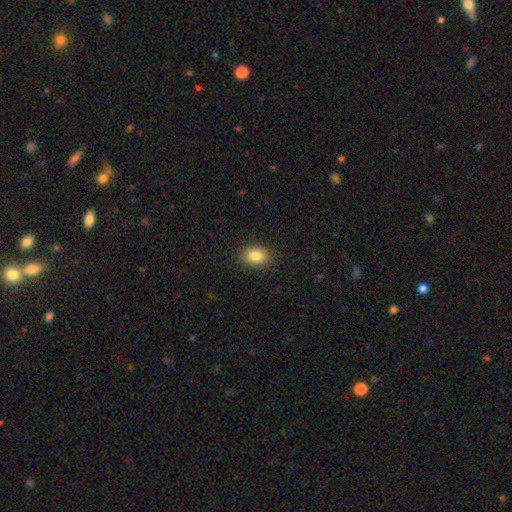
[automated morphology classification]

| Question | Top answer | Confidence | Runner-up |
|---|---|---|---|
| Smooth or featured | smooth | 83% | star or artifact (9%) |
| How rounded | in between | 73% | round (26%) |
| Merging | none | 88% | minor disturbance (9%) |